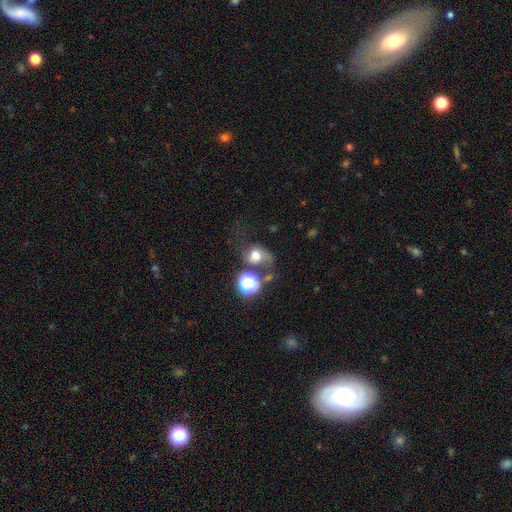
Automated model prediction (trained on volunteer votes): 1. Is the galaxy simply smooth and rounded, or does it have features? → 53% smooth, 32% featured or disk, 16% star or artifact.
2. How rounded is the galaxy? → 61% round, 38% in between, 1% cigar-shaped.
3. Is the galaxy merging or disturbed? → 34% none, 30% major disturbance, 20% minor disturbance, 17% merger.